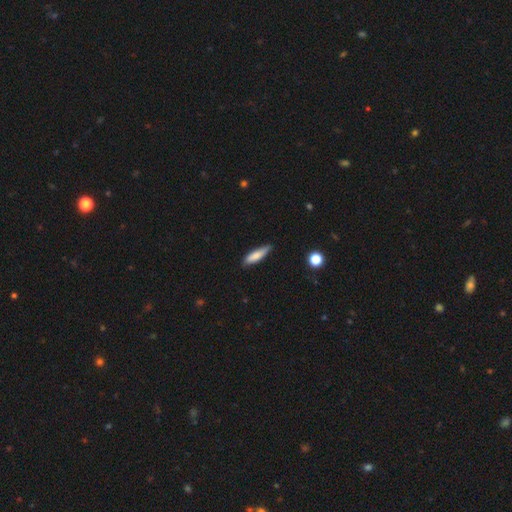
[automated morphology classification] This appears to be a smooth galaxy with no disk features (77%) that is cigar-shaped (72%). Merging: none (77%).